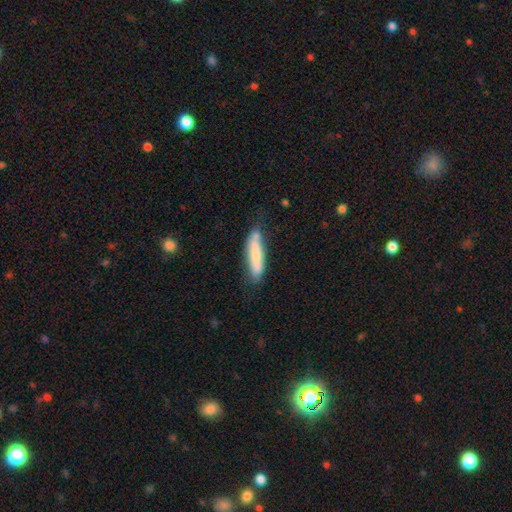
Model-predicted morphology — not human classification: smooth 68%, featured or disk 26%, star or artifact 6%. Down the decision tree: how rounded — cigar-shaped (78%); merging — none (61%).